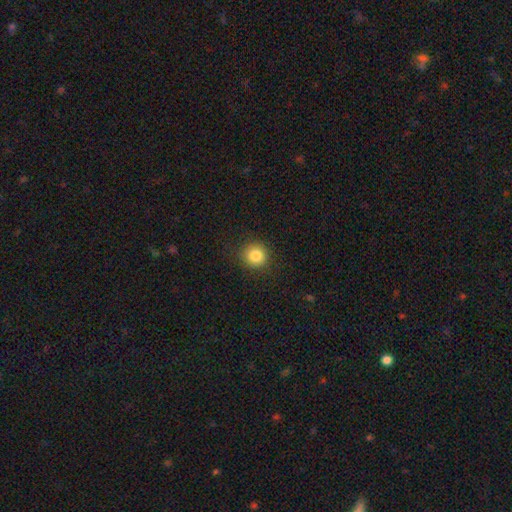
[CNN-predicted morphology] Smooth or featured?
  - smooth: 84% *
  - star or artifact: 11%
  - featured or disk: 5%
How rounded?
  - round: 91% *
  - in between: 8%
  - cigar-shaped: 1%
Merging?
  - none: 89% *
  - minor disturbance: 7%
  - major disturbance: 3%
  - merger: 1%